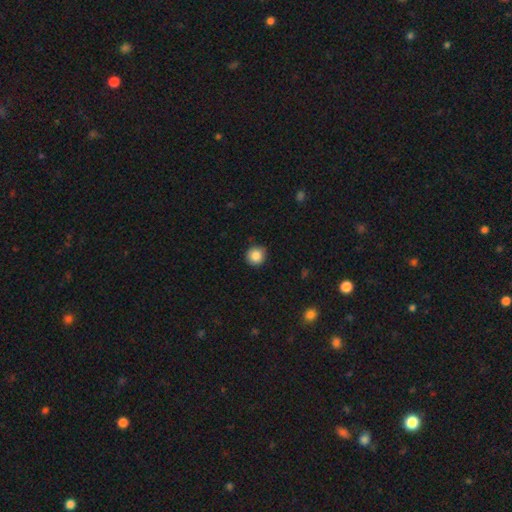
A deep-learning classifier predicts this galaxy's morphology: Overall: smooth (86%). How rounded: round (94%). Merging: none (89%).